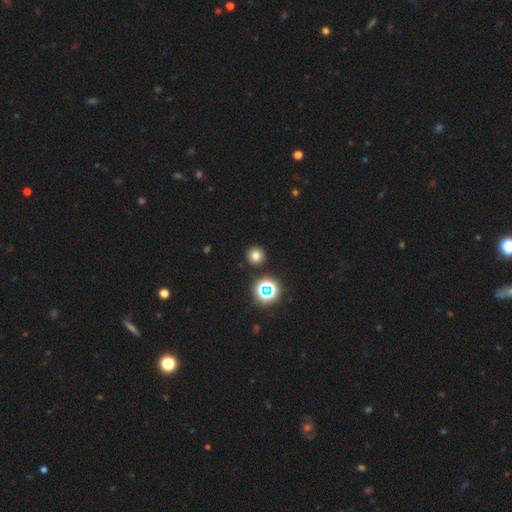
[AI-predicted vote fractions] Morphology: type=smooth (73%); roundness=round (94%); merging=none (90%).